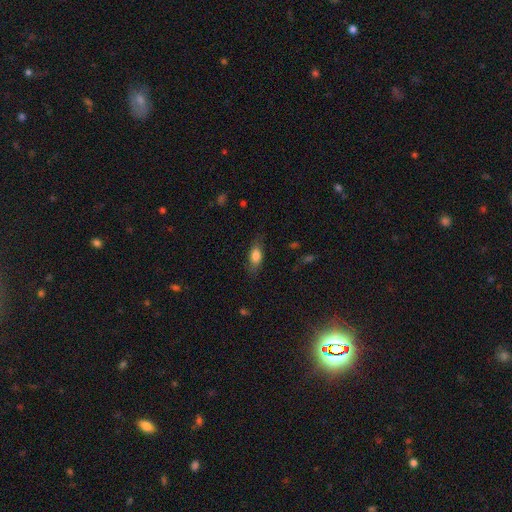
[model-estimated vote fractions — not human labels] Smooth or featured? Predicted: smooth (p=0.77). How rounded? Predicted: in between (p=0.78). Merging? Predicted: none (p=0.78).